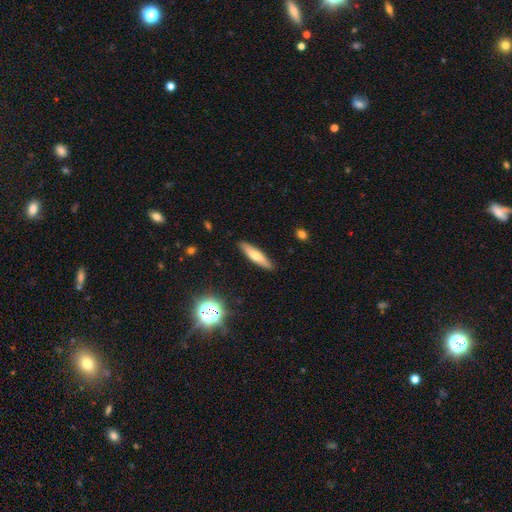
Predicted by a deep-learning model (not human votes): Overall: smooth (62%; featured or disk 30%). How rounded: cigar-shaped (78%). Merging: none (89%).